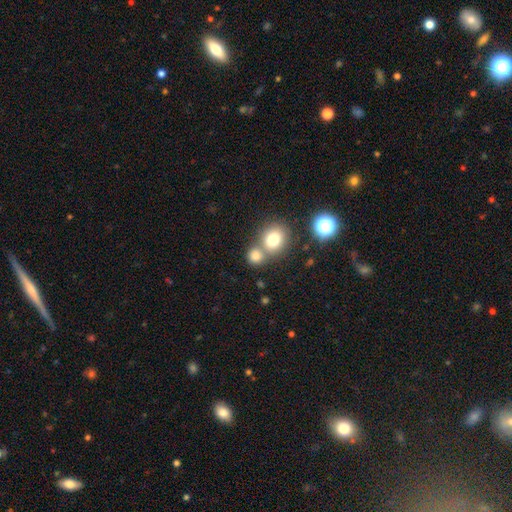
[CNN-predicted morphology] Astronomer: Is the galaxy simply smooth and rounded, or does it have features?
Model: smooth — 78%.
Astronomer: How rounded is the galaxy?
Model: round — 81%.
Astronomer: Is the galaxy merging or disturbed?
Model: none — 50% (runner-up: merger, 40%).